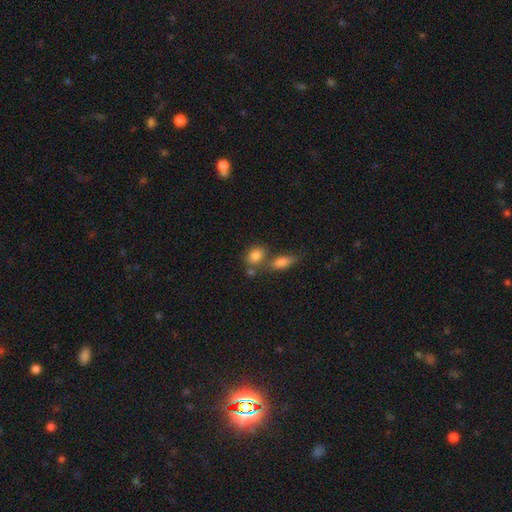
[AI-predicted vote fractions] This appears to be a smooth galaxy with no disk features (82%) that is in between round and cigar-shaped (59%). Merging: none (51%).